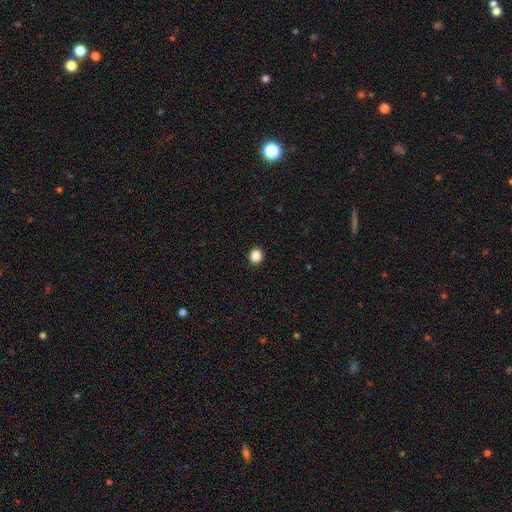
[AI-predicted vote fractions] Q: Smooth or featured?
A: smooth (86%); runner-up: star or artifact (11%)
Q: How rounded?
A: round (89%); runner-up: in between (10%)
Q: Merging?
A: none (93%); runner-up: minor disturbance (4%)